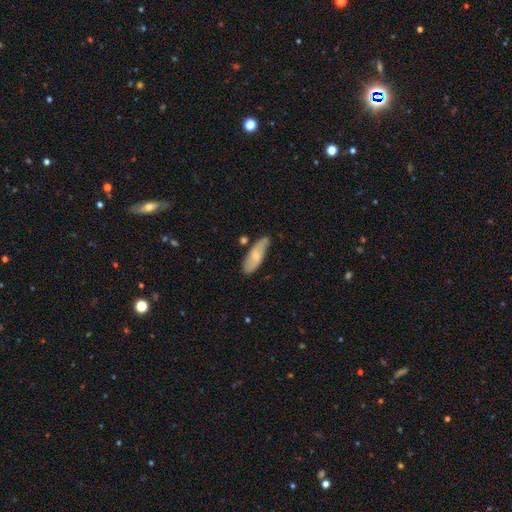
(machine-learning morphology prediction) This is likely a smooth galaxy (65%). How rounded: likely in between (62%). Merging: likely none (70%).